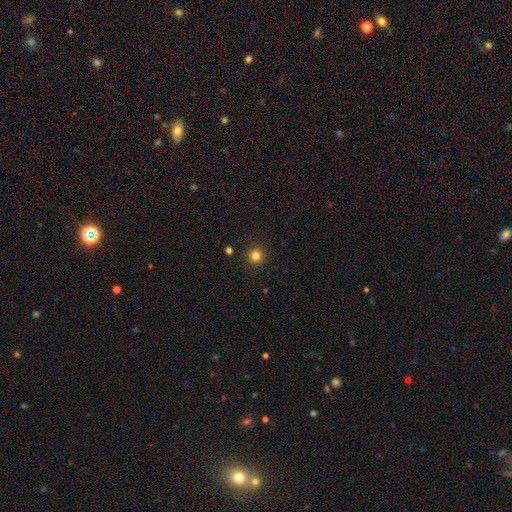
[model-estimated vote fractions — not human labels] Smooth or featured?
  - smooth: 82% *
  - star or artifact: 13%
  - featured or disk: 5%
How rounded?
  - round: 94% *
  - in between: 5%
  - cigar-shaped: 1%
Merging?
  - none: 92% *
  - minor disturbance: 5%
  - major disturbance: 2%
  - merger: 1%